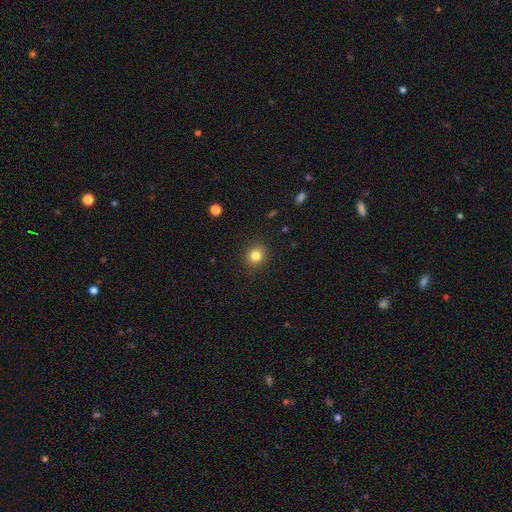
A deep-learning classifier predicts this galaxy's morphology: Smooth or featured?
  - smooth: 82% *
  - star or artifact: 12%
  - featured or disk: 6%
How rounded?
  - round: 83% *
  - in between: 16%
  - cigar-shaped: 1%
Merging?
  - none: 90% *
  - minor disturbance: 7%
  - major disturbance: 2%
  - merger: 1%